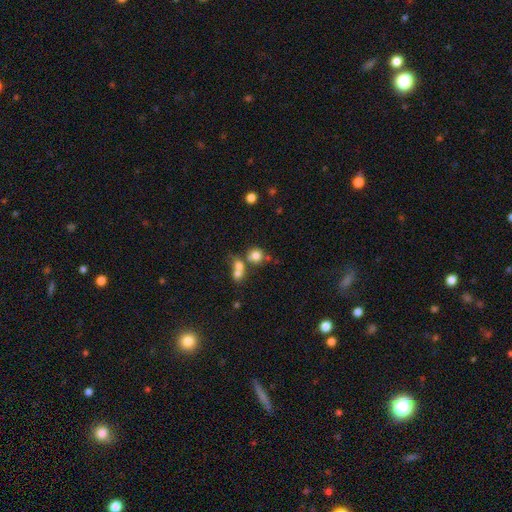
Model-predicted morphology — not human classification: smooth-or-featured: smooth: 75% | star or artifact: 14% | featured or disk: 11%
  how-rounded: round: 84% | in between: 15% | cigar-shaped: 1%
  merging: none: 47% | merger: 39% | minor disturbance: 9% | major disturbance: 5%